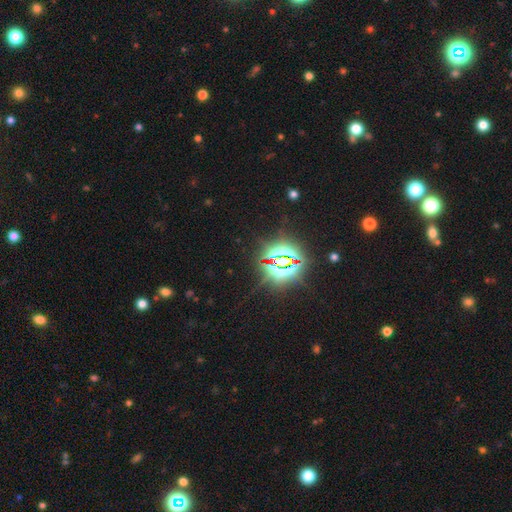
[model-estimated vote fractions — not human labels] Smooth or featured?
  - star or artifact: 81% *
  - smooth: 12%
  - featured or disk: 7%